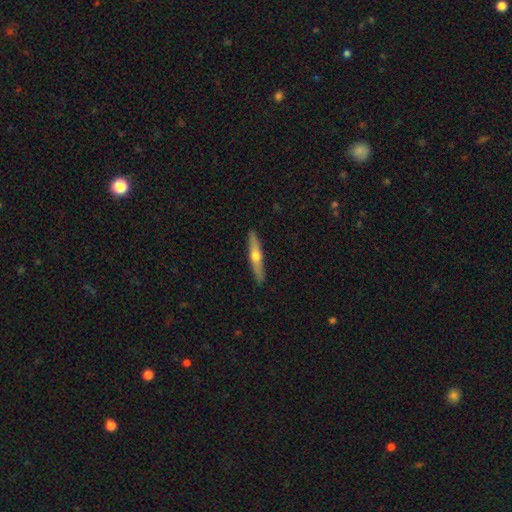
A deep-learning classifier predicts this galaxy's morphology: featured or disk 58%, smooth 37%, star or artifact 5%. Down the decision tree: edge-on disk — yes (95%); edge-on bulge — rounded (91%); merging — none (91%).